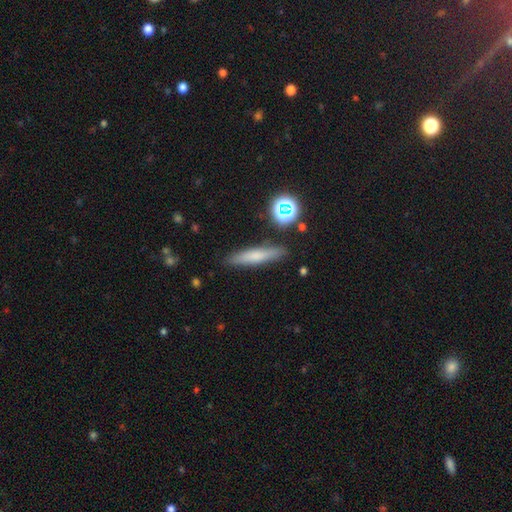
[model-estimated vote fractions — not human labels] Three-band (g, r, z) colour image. It shows a smooth galaxy with no disk features (66%) that is cigar-shaped (86%). Merging: none (87%).